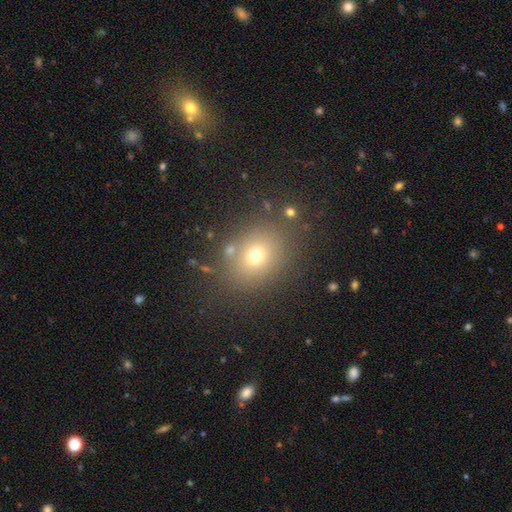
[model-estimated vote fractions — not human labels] smooth 67%, star or artifact 20%, featured or disk 13%. Down the decision tree: how rounded — round (58%); merging — none (79%).